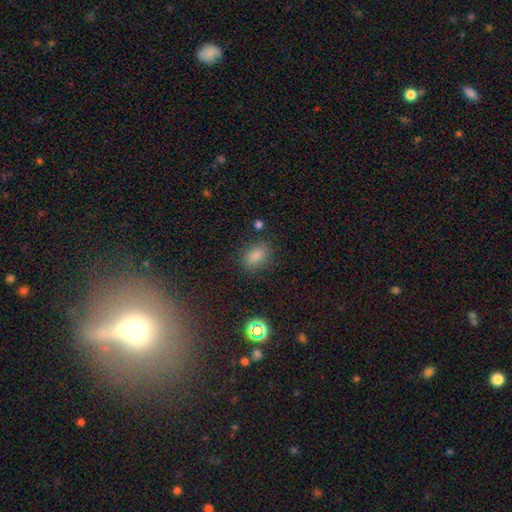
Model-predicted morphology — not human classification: Smooth or featured: smooth — 76% (star or artifact — 18%)
How rounded: in between — 78% (round — 20%)
Merging: none — 83% (minor disturbance — 11%)